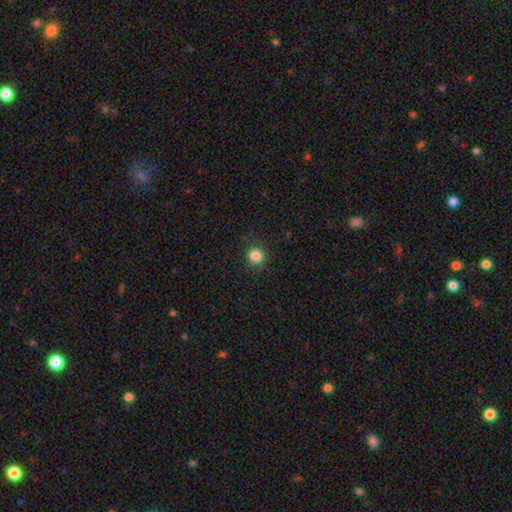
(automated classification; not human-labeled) This appears to be a smooth galaxy with no disk features (84%) that is round (92%). Merging: none (90%).